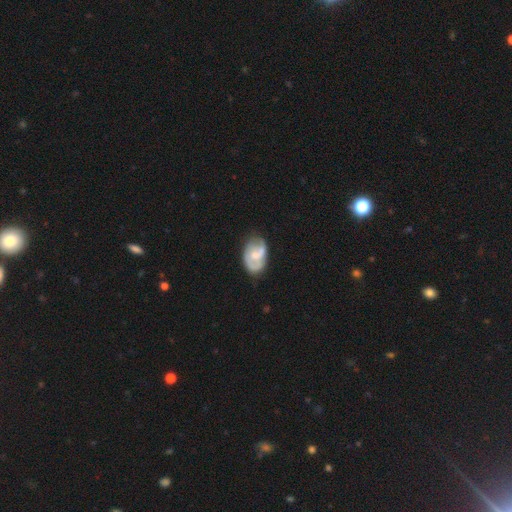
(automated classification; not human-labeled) A featured or disk galaxy (60%) with no bar (53%), spiral arms (74%) and a moderate central bulge (36%). Merging: none (54%).